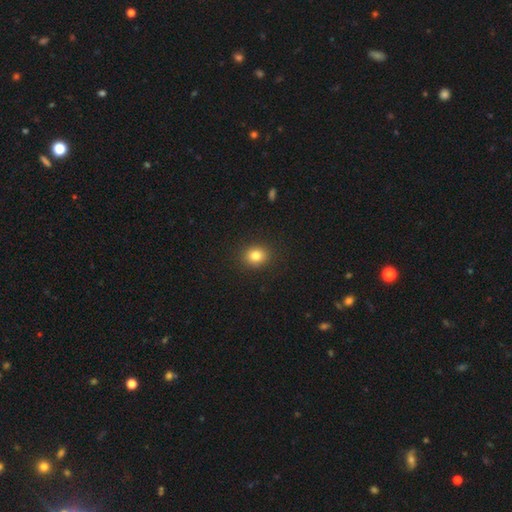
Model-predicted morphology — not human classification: Smooth or featured: smooth — 83% (star or artifact — 11%)
How rounded: round — 65% (in between — 34%)
Merging: none — 90% (minor disturbance — 7%)